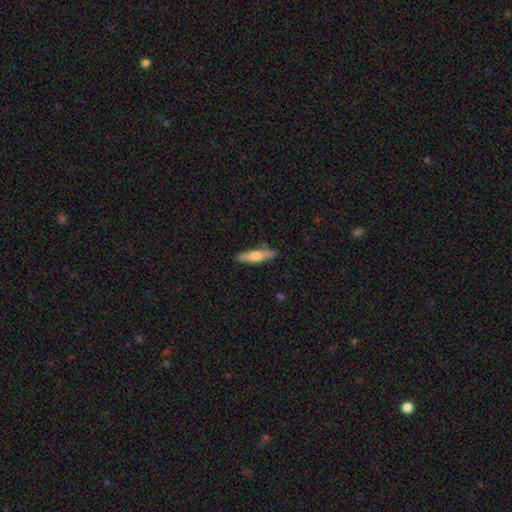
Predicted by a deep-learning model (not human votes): Q: Smooth or featured?
A: smooth (61%); runner-up: featured or disk (33%)
Q: How rounded?
A: cigar-shaped (72%); runner-up: in between (26%)
Q: Merging?
A: none (87%); runner-up: minor disturbance (10%)